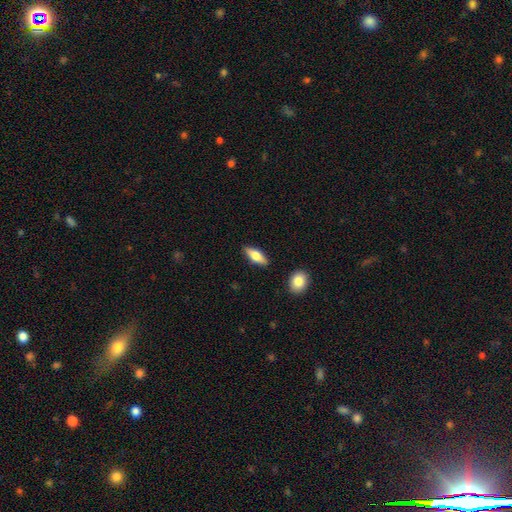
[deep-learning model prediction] Overall: smooth (64%; featured or disk 30%). How rounded: in between (67%; cigar-shaped 30%). Merging: none (87%).